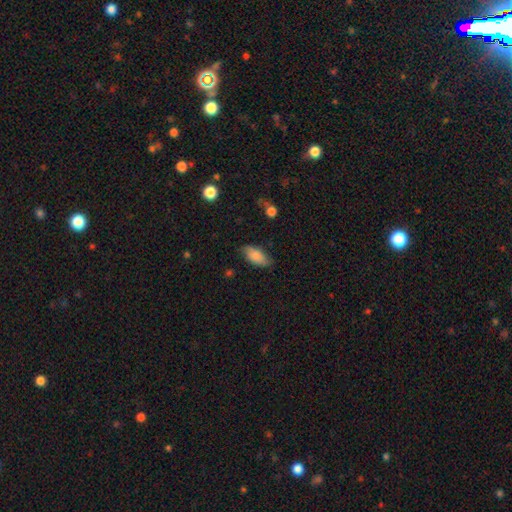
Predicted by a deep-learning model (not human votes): Smooth or featured?
  - smooth: 83% *
  - featured or disk: 10%
  - star or artifact: 7%
How rounded?
  - in between: 89% *
  - cigar-shaped: 8%
  - round: 3%
Merging?
  - none: 76% *
  - minor disturbance: 19%
  - major disturbance: 4%
  - merger: 2%